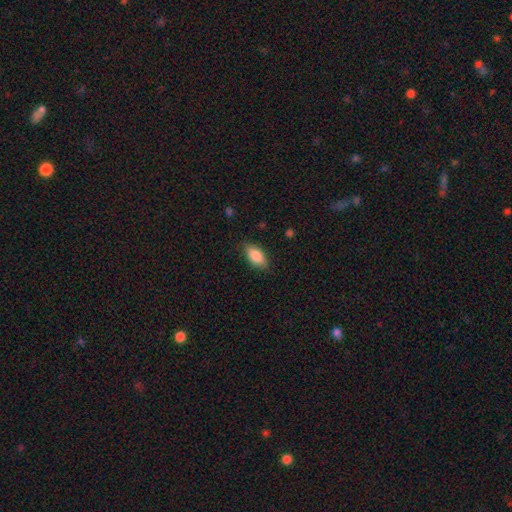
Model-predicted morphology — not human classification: Overall: smooth (84%). How rounded: in between (88%). Merging: none (83%).